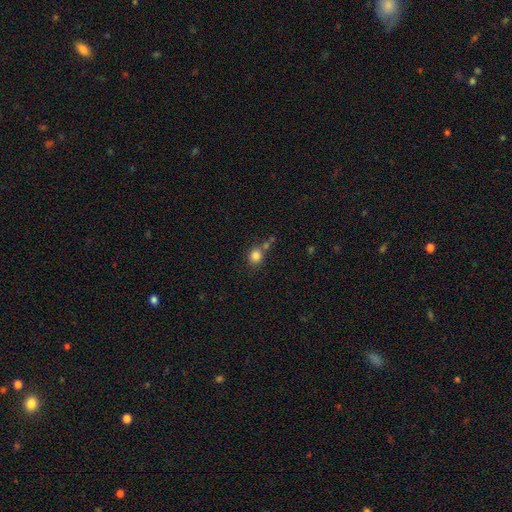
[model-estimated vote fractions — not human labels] Smooth or featured?
  - smooth: 83% *
  - star or artifact: 11%
  - featured or disk: 6%
How rounded?
  - round: 76% *
  - in between: 22%
  - cigar-shaped: 1%
Merging?
  - none: 61% *
  - merger: 20%
  - minor disturbance: 14%
  - major disturbance: 5%